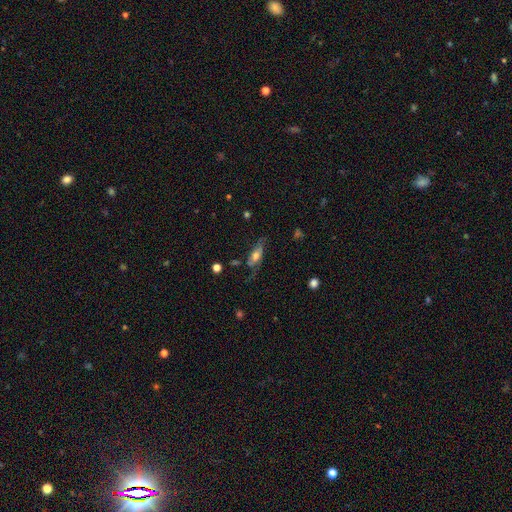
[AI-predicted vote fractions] Smooth or featured? featured or disk (48%)
Merging? none (52%)